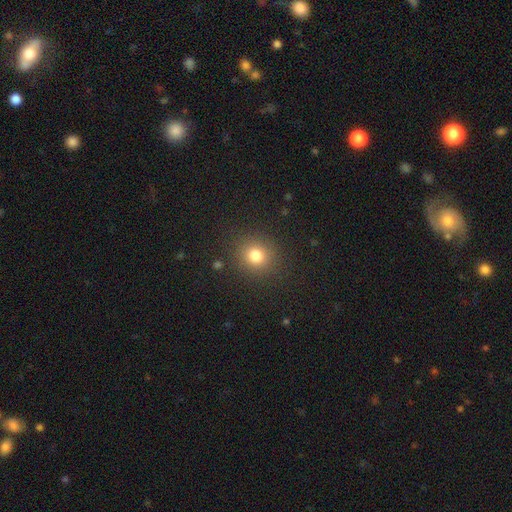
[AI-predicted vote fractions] smooth 79%, star or artifact 14%, featured or disk 7%. Down the decision tree: how rounded — round (87%); merging — none (88%).